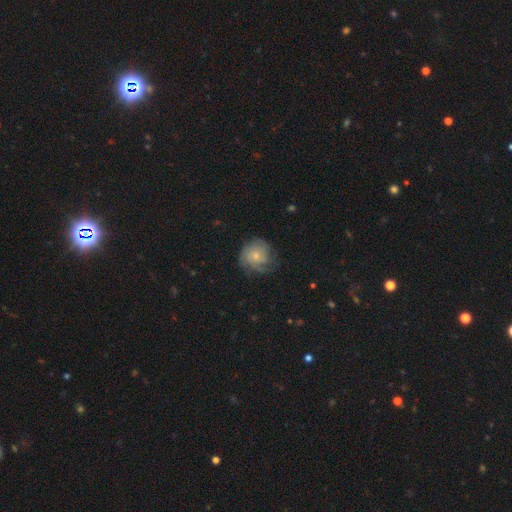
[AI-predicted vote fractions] A featured or disk galaxy (56%) with no bar (81%), spiral arms (85%) and a small central bulge (65%).

Vote fractions:
- Smooth or featured? featured or disk: 56% / smooth: 36% / star or artifact: 8%
- Edge-on disk? no: 97% / yes: 3%
- Bar? no: 81% / weak: 17% / strong: 2%
- Spiral arms? yes: 85% / no: 15%
- Bulge size? small: 65% / moderate: 28% / none: 4% / large: 2% / dominant: 1%
- Merging? none: 63% / minor disturbance: 23% / major disturbance: 13% / merger: 1%